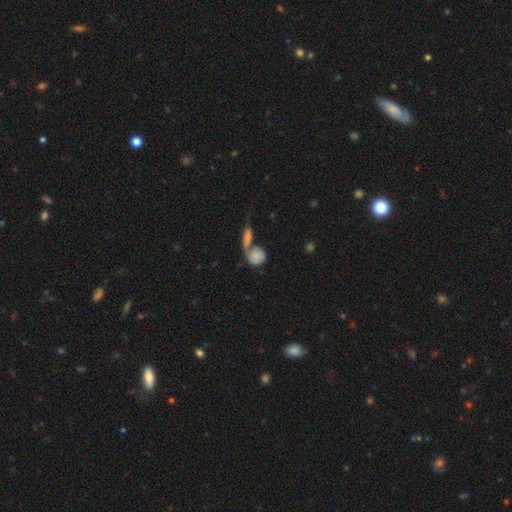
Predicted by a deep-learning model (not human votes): Morphology: type=smooth (65%); roundness=round (62%); merging=merger (52%).